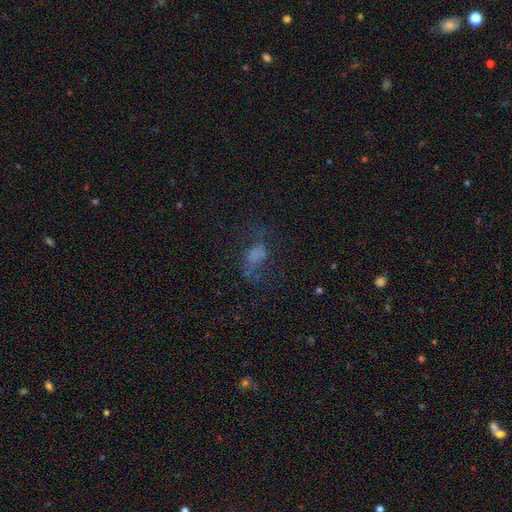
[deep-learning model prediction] Morphology: type=smooth (41%); merging=none (46%).